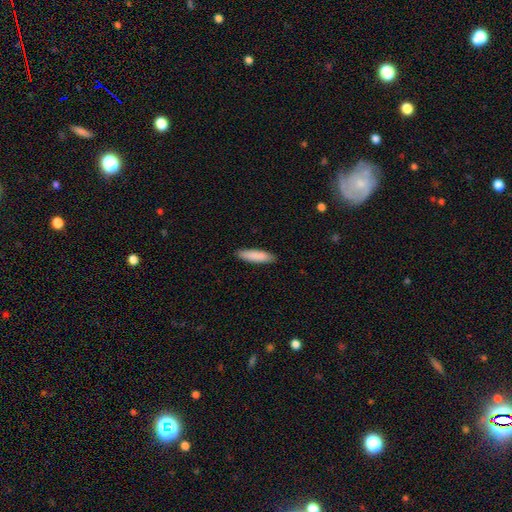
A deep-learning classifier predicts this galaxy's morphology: The model was most divided on "how rounded": cigar-shaped: 70%, in between: 29%, round: 1%. More confident: merging — none (90%); smooth or featured — smooth (88%).